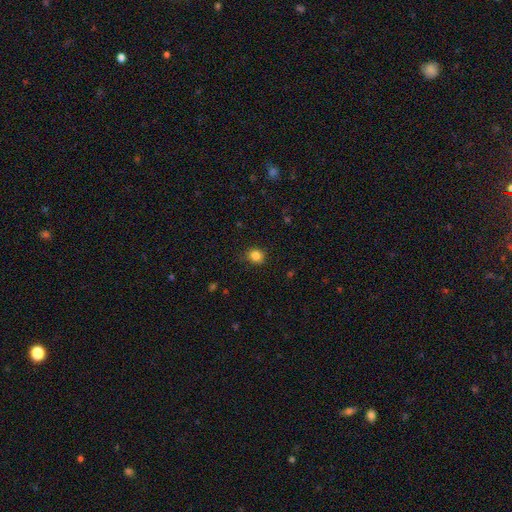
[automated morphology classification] Smooth or featured?
  - smooth: 84% *
  - star or artifact: 11%
  - featured or disk: 4%
How rounded?
  - round: 79% *
  - in between: 21%
  - cigar-shaped: 1%
Merging?
  - none: 84% *
  - minor disturbance: 12%
  - major disturbance: 3%
  - merger: 1%